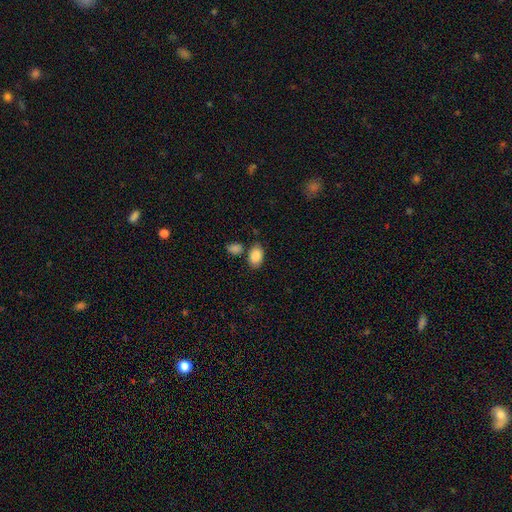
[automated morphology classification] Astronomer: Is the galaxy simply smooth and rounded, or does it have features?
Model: smooth — 87%.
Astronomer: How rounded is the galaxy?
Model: in between — 88%.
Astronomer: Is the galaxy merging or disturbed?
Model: none — 69%.